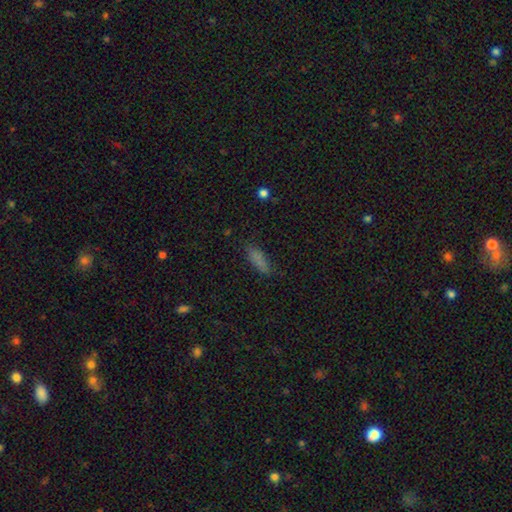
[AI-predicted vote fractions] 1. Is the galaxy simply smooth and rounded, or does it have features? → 79% smooth, 13% star or artifact, 9% featured or disk.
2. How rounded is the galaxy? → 56% cigar-shaped, 42% in between, 3% round.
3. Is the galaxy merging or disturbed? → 75% none, 18% minor disturbance, 5% major disturbance, 2% merger.